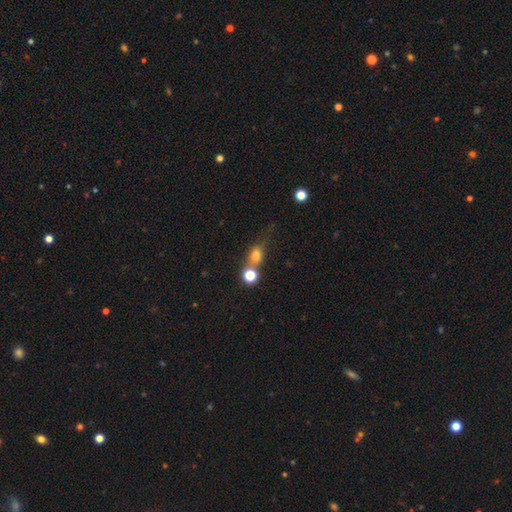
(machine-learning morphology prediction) A smooth galaxy with no disk features (70%) that is round (47%). Merging: none (39%).